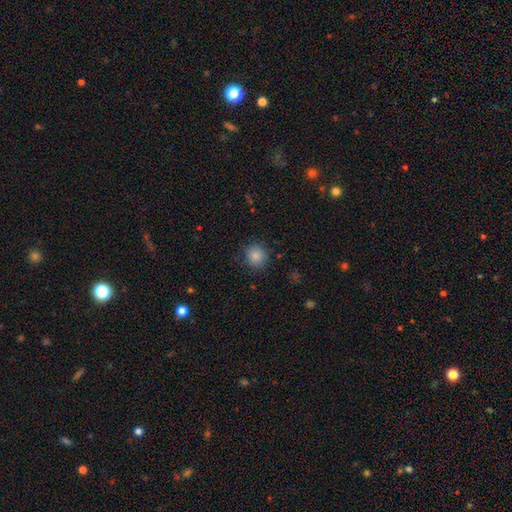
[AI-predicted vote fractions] smooth-or-featured: smooth: 85% | star or artifact: 10% | featured or disk: 4%
  how-rounded: round: 92% | in between: 8% | cigar-shaped: 1%
  merging: none: 86% | minor disturbance: 10% | major disturbance: 3% | merger: 1%